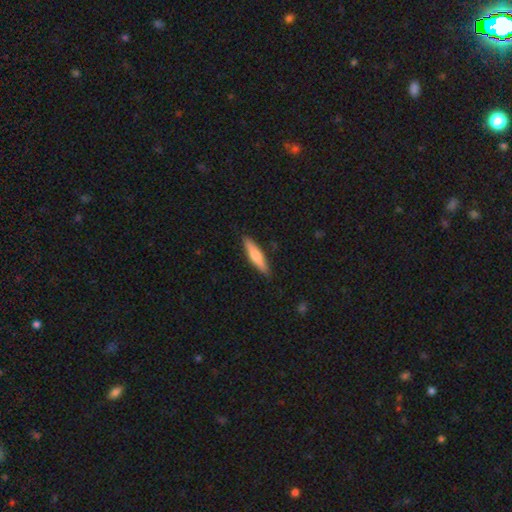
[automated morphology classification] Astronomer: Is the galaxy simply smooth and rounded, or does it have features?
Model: smooth — 70%.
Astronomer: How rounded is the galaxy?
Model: cigar-shaped — 85%.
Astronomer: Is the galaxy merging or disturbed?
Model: none — 89%.